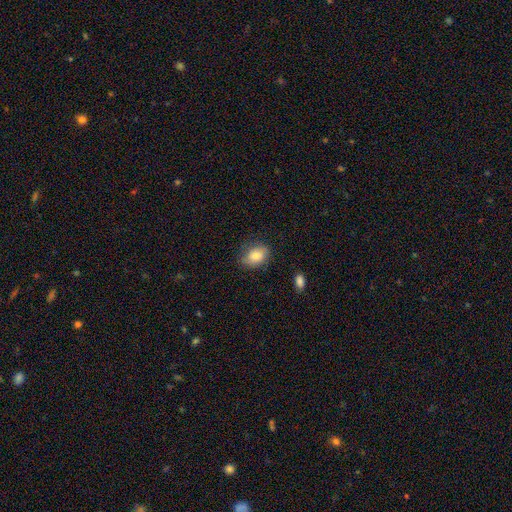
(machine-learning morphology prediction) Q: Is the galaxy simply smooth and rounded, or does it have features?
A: smooth — 81%.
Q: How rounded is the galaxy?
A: in between — 77%.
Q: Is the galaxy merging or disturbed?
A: none — 75%.